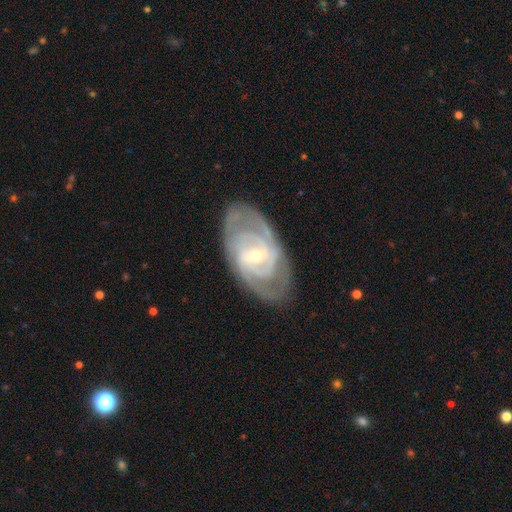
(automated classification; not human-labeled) This appears to be a featured or disk galaxy (87%) with a weak bar (43%), 2 (41%) tight (62%) spiral arms (94%) and a small central bulge (66%). Merging: none (81%).